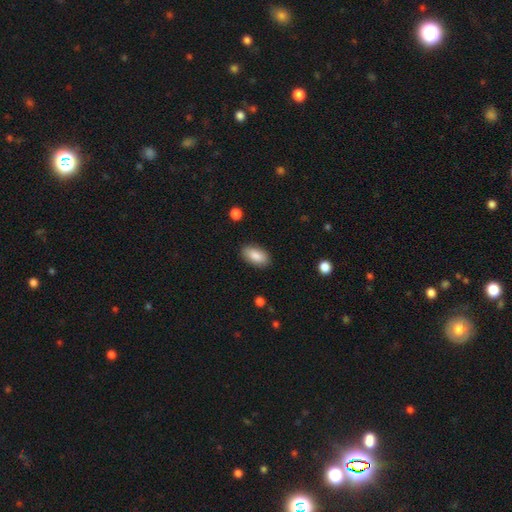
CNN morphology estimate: A smooth galaxy with no disk features (87%) that is in between round and cigar-shaped (93%).

Vote fractions:
- Smooth or featured? smooth: 87% / featured or disk: 7% / star or artifact: 6%
- How rounded? in between: 93% / round: 3% / cigar-shaped: 3%
- Merging? none: 86% / minor disturbance: 11% / major disturbance: 2% / merger: 1%